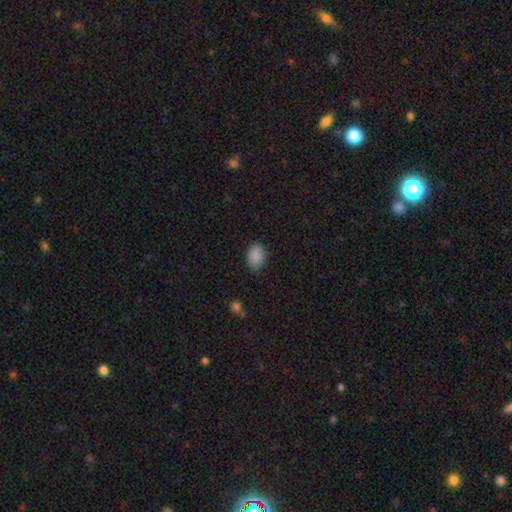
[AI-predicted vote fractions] Smooth or featured: smooth — 88% (star or artifact — 8%)
How rounded: in between — 80% (round — 18%)
Merging: none — 81% (minor disturbance — 15%)